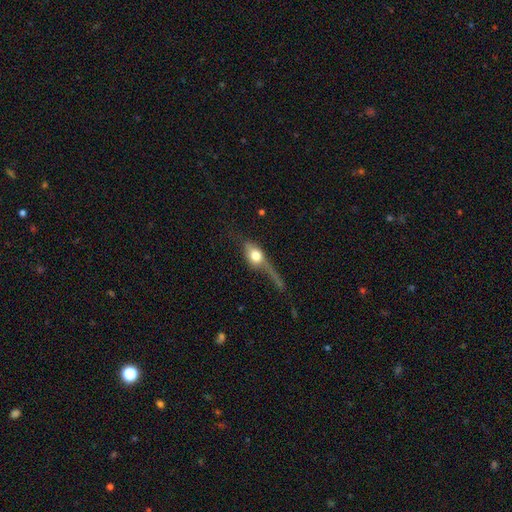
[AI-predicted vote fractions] Overall: smooth (54%; featured or disk 37%). How rounded: in between (58%; round 27%). Merging: major disturbance (37%; none 31%).